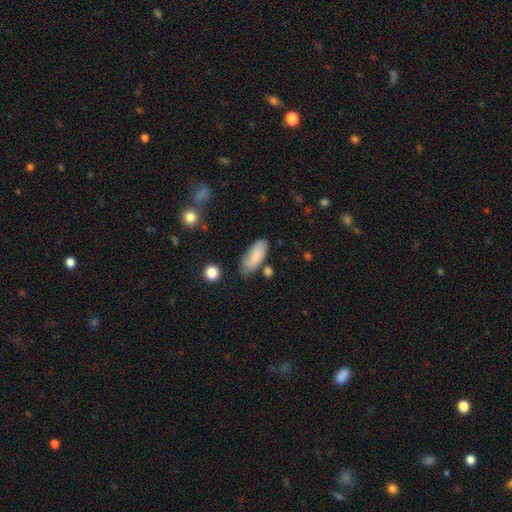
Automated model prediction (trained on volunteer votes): This appears to be a smooth galaxy with no disk features (78%) that is in between round and cigar-shaped (84%). Merging: none (66%).